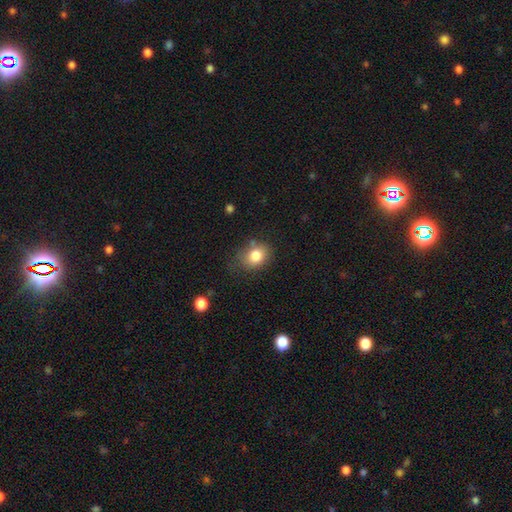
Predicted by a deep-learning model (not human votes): A smooth galaxy with no disk features (82%) that is in between round and cigar-shaped (56%). Merging: none (67%).